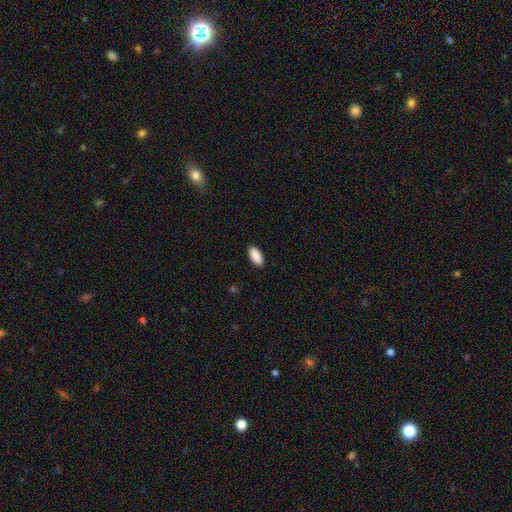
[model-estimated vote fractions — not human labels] Smooth or featured: smooth — 91% (star or artifact — 6%)
How rounded: in between — 91% (cigar-shaped — 7%)
Merging: none — 90% (minor disturbance — 7%)